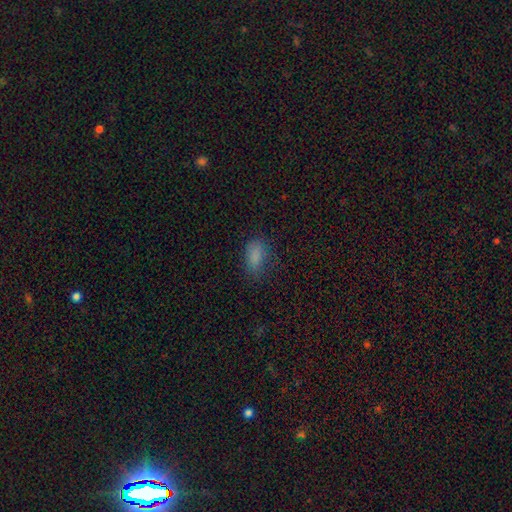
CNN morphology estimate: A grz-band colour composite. It shows a smooth galaxy with no disk features (81%) that is in between round and cigar-shaped (89%). Merging: none (70%).